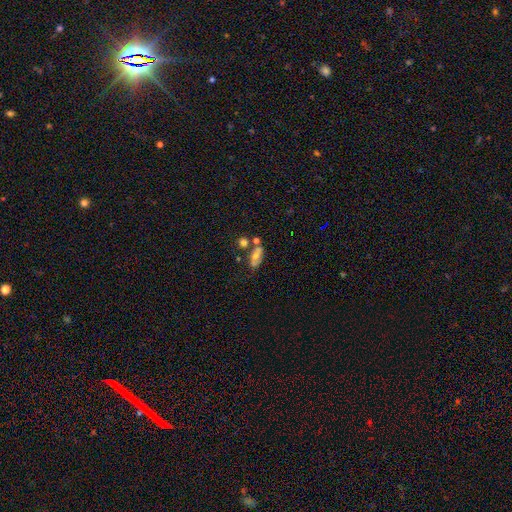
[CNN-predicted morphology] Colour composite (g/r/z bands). It shows a smooth galaxy with no disk features (42%). Merging: none (48%).